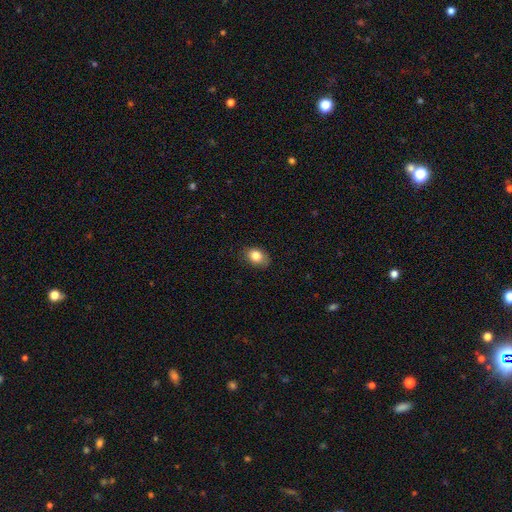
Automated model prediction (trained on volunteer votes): Smooth or featured? smooth (82%)
How rounded? in between (74%)
Merging? none (80%)